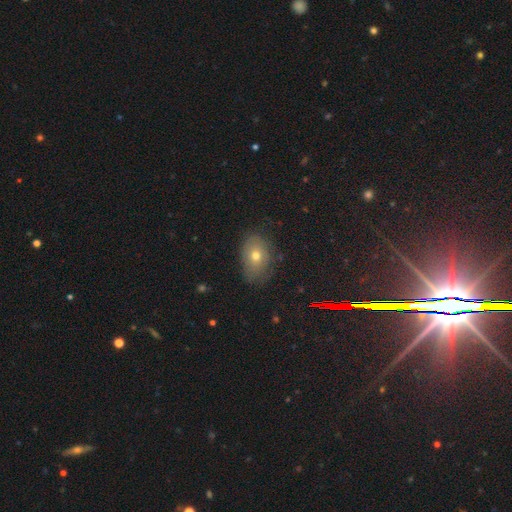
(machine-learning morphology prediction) smooth_or_featured: smooth (p=0.59) [alt: featured or disk p=0.26]
how_rounded: in between (p=0.75) [alt: round p=0.23]
merging: none (p=0.71) [alt: minor disturbance p=0.22]